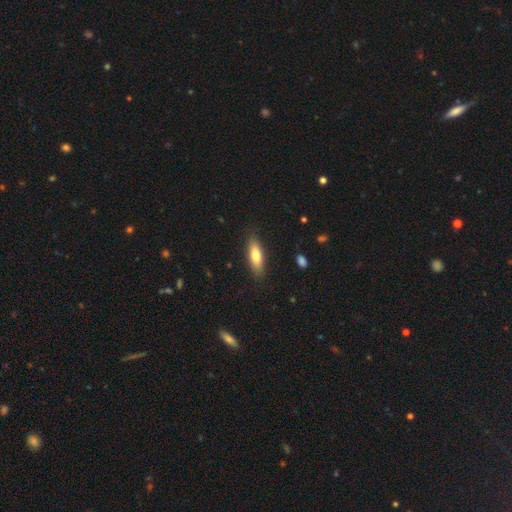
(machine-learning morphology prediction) type=smooth (72%); roundness=in between (54%); merging=none (86%).